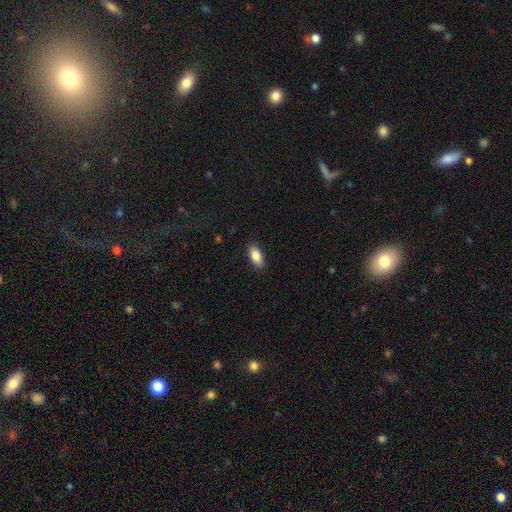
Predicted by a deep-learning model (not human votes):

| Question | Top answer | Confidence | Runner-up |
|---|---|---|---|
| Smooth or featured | smooth | 86% | featured or disk (7%) |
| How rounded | in between | 88% | cigar-shaped (10%) |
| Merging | none | 88% | minor disturbance (9%) |